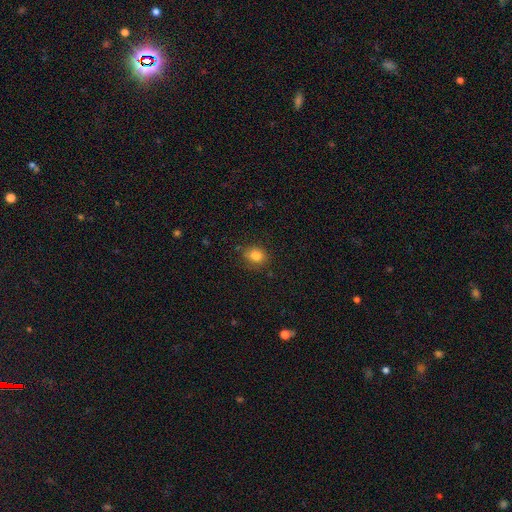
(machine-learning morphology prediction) type=smooth (83%); roundness=round (53%); merging=none (81%).